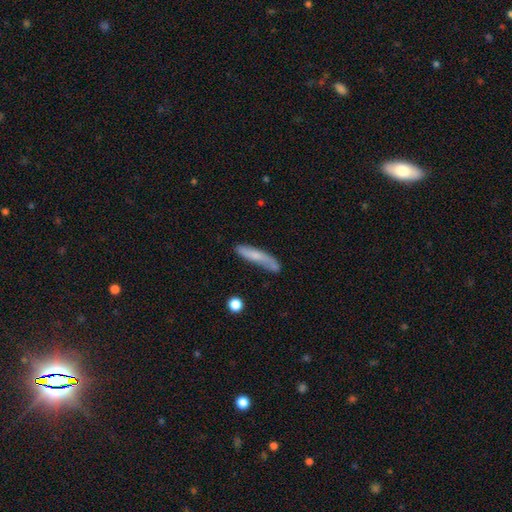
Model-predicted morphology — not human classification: Overall: smooth (60%; featured or disk 32%). How rounded: cigar-shaped (86%). Merging: none (61%; minor disturbance 25%).